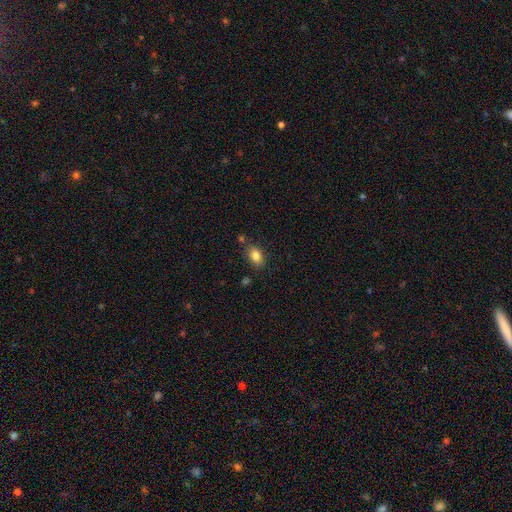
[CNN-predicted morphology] smooth 83%, star or artifact 9%, featured or disk 7%. Down the decision tree: how rounded — in between (83%); merging — none (77%).